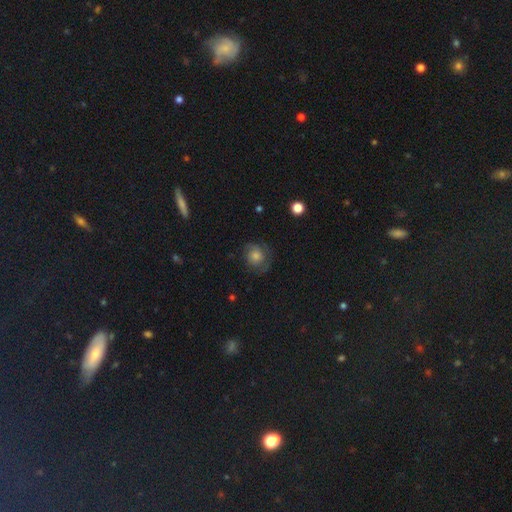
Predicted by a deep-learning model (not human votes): smooth_or_featured: smooth (p=0.46) [alt: featured or disk p=0.42]
merging: none (p=0.70) [alt: minor disturbance p=0.19]